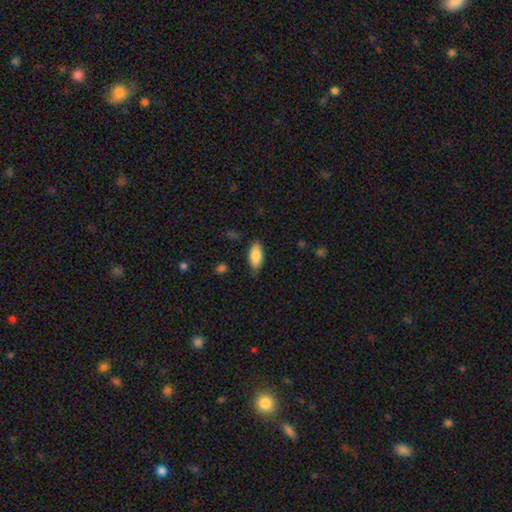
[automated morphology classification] Smooth or featured? Predicted: smooth (p=0.84). How rounded? Predicted: in between (p=0.85). Merging? Predicted: none (p=0.79).